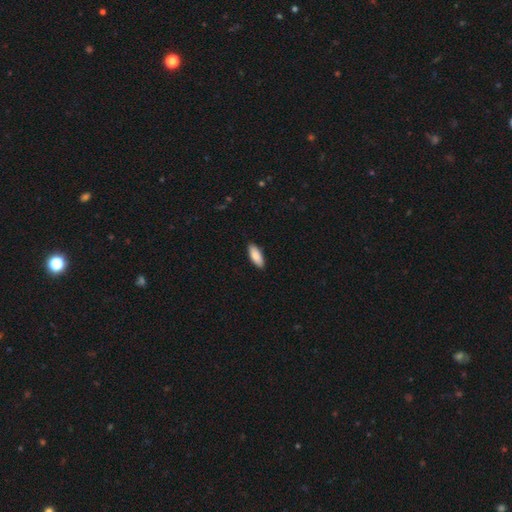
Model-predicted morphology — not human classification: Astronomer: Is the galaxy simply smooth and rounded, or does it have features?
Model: smooth — 87%.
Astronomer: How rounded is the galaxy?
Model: in between — 75%.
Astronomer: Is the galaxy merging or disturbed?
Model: none — 89%.